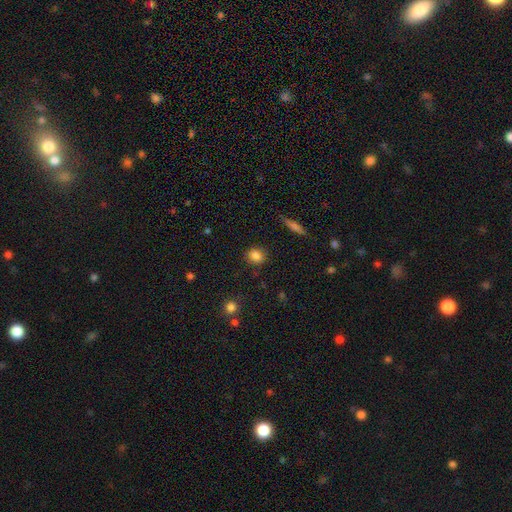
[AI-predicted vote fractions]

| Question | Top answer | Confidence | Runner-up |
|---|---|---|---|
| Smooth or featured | smooth | 84% | star or artifact (10%) |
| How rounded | round | 64% | in between (34%) |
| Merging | none | 86% | minor disturbance (9%) |